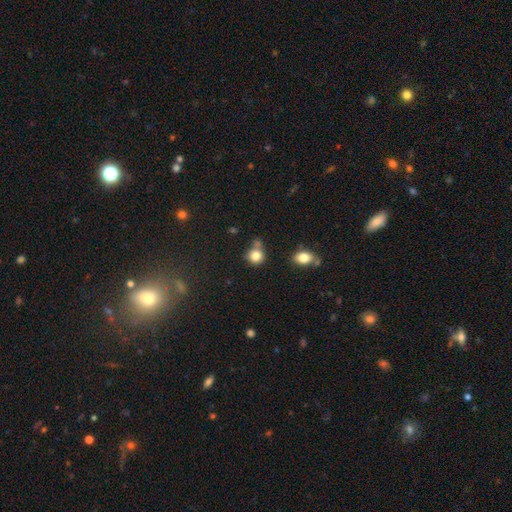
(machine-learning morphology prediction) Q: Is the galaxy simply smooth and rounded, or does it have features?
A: smooth — 80%.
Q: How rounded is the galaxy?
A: round — 84%.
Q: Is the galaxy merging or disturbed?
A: none — 56%.